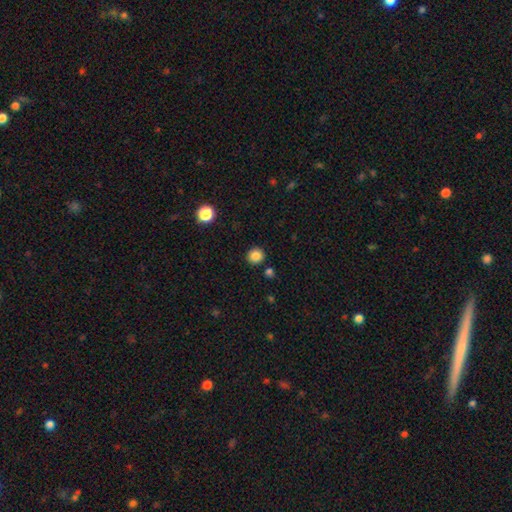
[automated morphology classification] Overall: smooth (85%). How rounded: round (91%). Merging: none (89%).